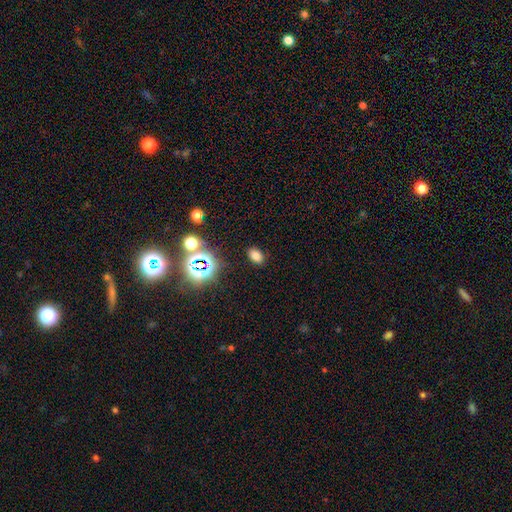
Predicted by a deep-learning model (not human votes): smooth 72%, star or artifact 21%, featured or disk 7%. Down the decision tree: how rounded — in between (82%); merging — none (87%).